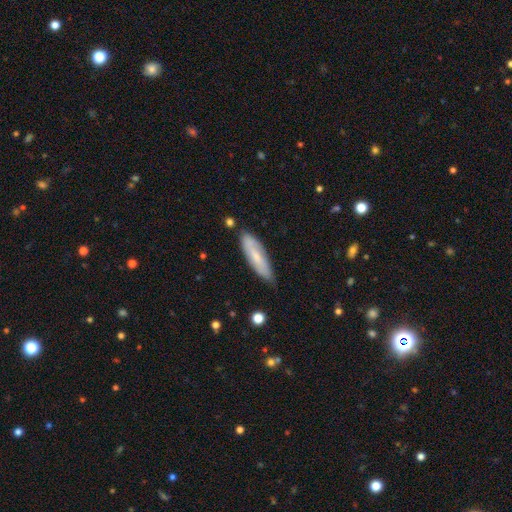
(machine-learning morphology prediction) type=smooth (54%); roundness=cigar-shaped (62%); merging=none (73%).